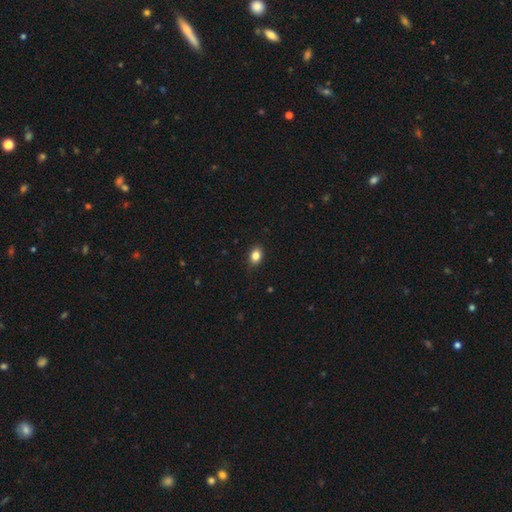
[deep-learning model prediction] smooth_or_featured: smooth (p=0.84) [alt: star or artifact p=0.10]
how_rounded: in between (p=0.72) [alt: round p=0.27]
merging: none (p=0.86) [alt: minor disturbance p=0.11]